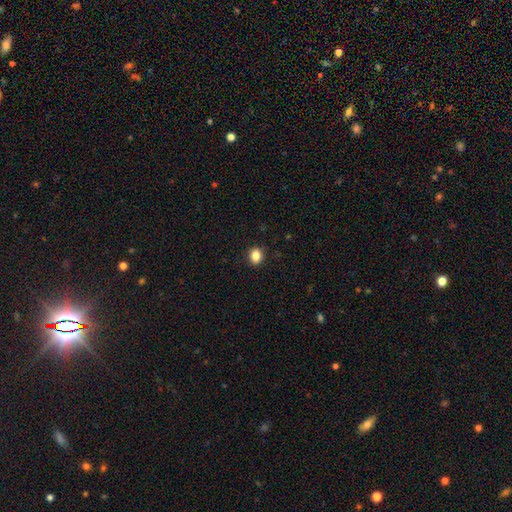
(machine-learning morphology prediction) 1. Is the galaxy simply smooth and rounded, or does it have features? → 86% smooth, 10% star or artifact, 4% featured or disk.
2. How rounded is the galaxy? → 51% round, 48% in between, 1% cigar-shaped.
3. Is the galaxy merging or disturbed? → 90% none, 7% minor disturbance, 2% major disturbance, 1% merger.